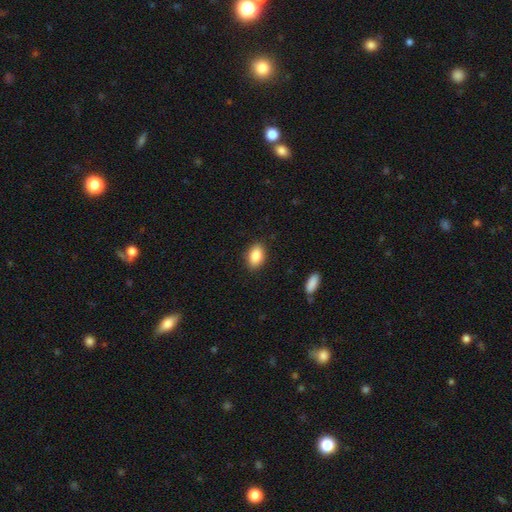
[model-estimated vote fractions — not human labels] This appears to be a smooth galaxy with no disk features (86%) that is in between round and cigar-shaped (88%). Merging: none (88%).